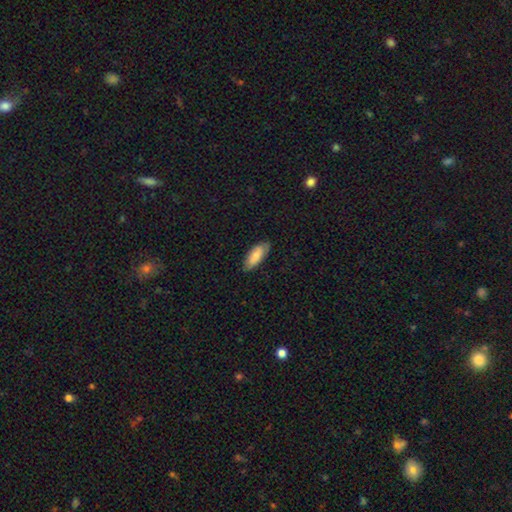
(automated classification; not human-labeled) A smooth galaxy with no disk features (81%) that is in between round and cigar-shaped (78%).

Vote fractions:
- Smooth or featured? smooth: 81% / featured or disk: 13% / star or artifact: 6%
- How rounded? in between: 78% / cigar-shaped: 21% / round: 2%
- Merging? none: 82% / minor disturbance: 14% / major disturbance: 2% / merger: 1%